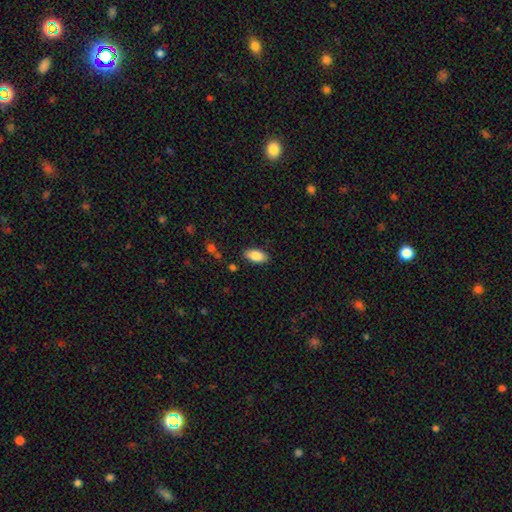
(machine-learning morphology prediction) Smooth or featured? smooth (86%)
How rounded? in between (92%)
Merging? none (85%)